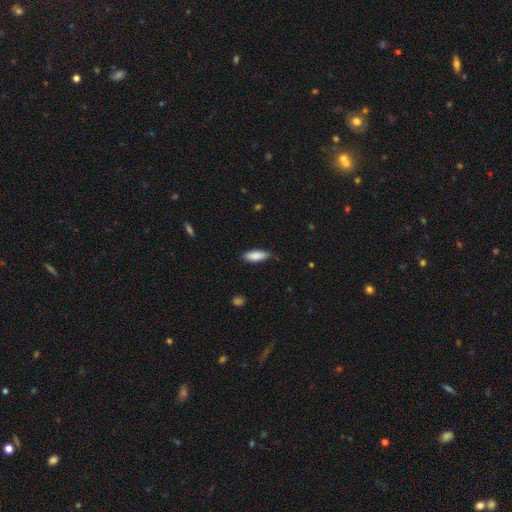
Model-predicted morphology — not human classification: Smooth or featured? Predicted: smooth (p=0.88). How rounded? Predicted: in between (p=0.74). Merging? Predicted: none (p=0.81).